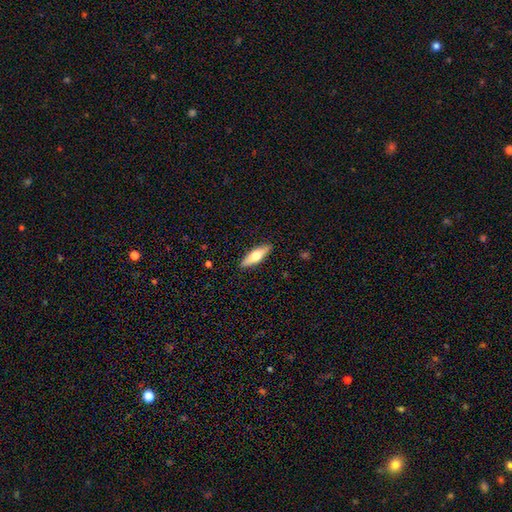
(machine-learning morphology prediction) This is possibly a smooth galaxy (52%). How rounded: possibly cigar-shaped (54%). Merging: clearly none (90%).